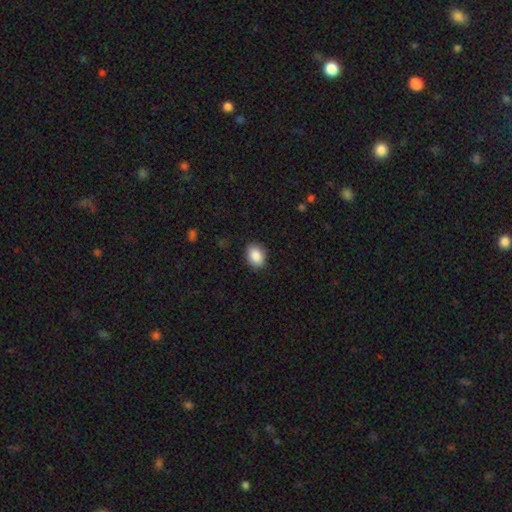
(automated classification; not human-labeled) Smooth or featured: smooth — 89% (star or artifact — 8%)
How rounded: in between — 70% (round — 29%)
Merging: none — 89% (minor disturbance — 8%)